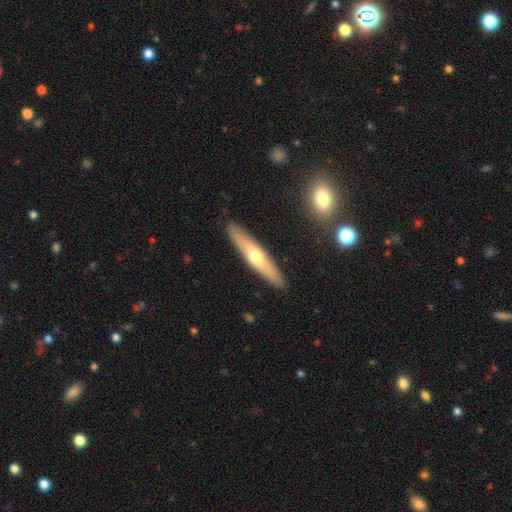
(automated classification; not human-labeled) Smooth or featured? featured or disk (48%)
Merging? none (90%)